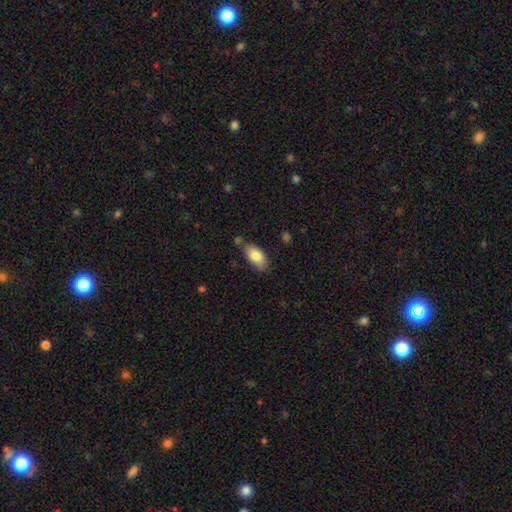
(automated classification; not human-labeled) Smooth or featured: smooth — 83% (featured or disk — 11%)
How rounded: in between — 93% (cigar-shaped — 4%)
Merging: none — 73% (minor disturbance — 18%)